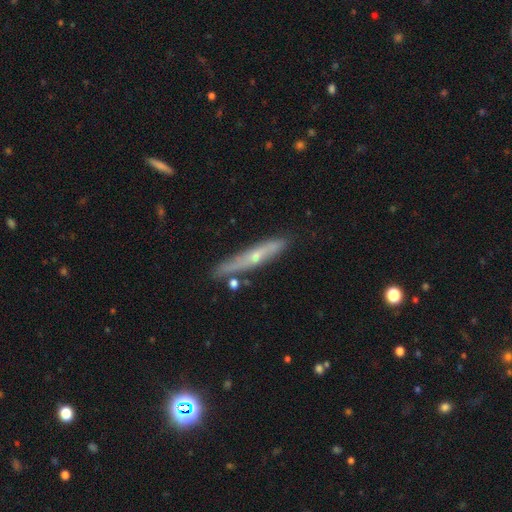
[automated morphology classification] type=featured or disk (57%); edge-on=yes (82%); merging=none (75%).